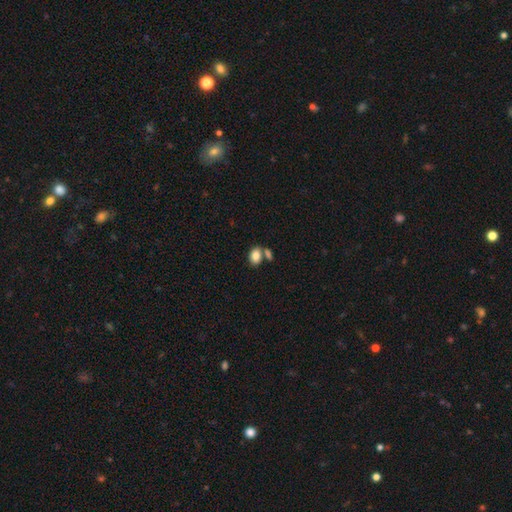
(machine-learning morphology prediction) smooth 84%, star or artifact 8%, featured or disk 8%. Down the decision tree: how rounded — in between (80%); merging — none (53%).